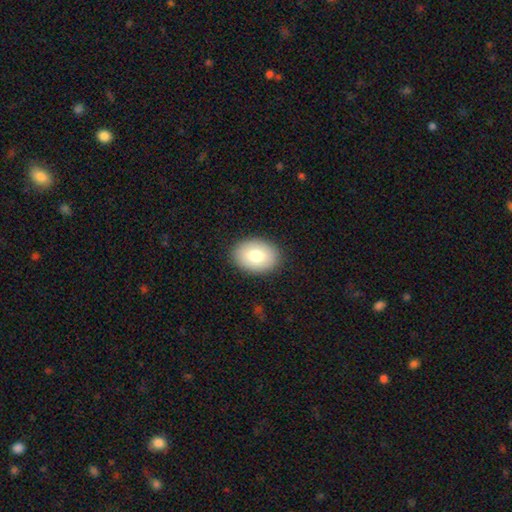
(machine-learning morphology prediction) Smooth or featured? Predicted: smooth (p=0.77). How rounded? Predicted: in between (p=0.76). Merging? Predicted: none (p=0.88).